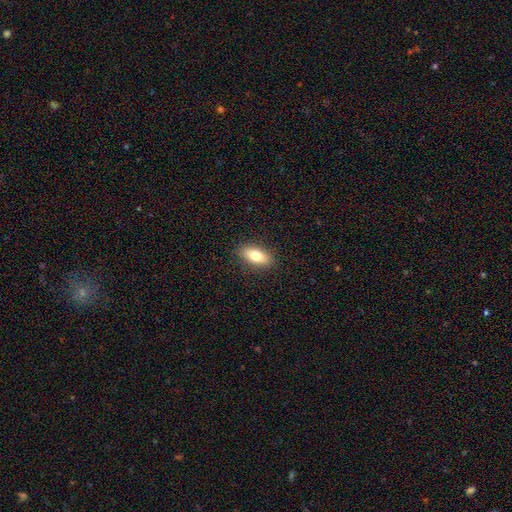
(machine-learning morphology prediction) Overall: smooth (78%). How rounded: in between (83%). Merging: none (89%).